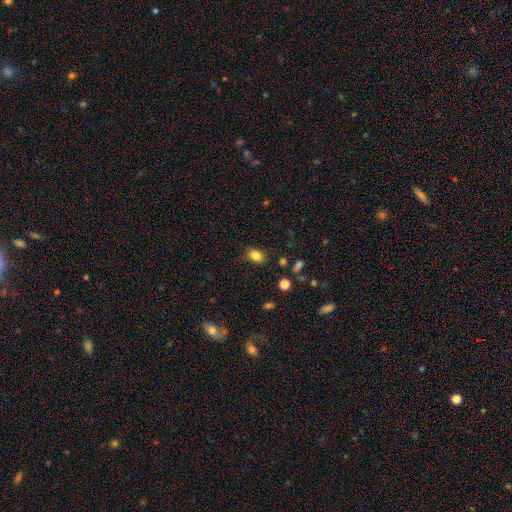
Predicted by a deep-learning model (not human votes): This appears to be a smooth galaxy with no disk features (83%) that is in between round and cigar-shaped (62%). Merging: none (84%).